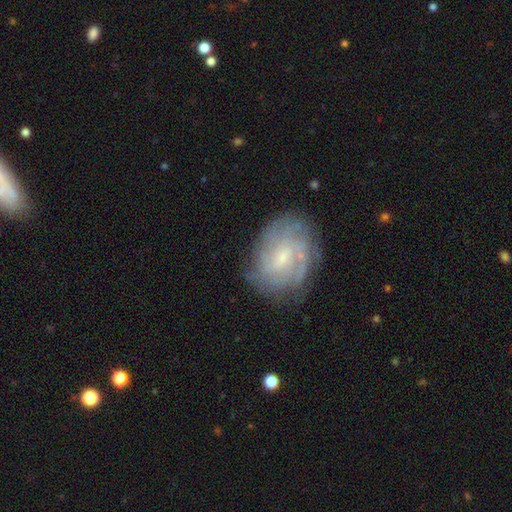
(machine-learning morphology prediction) type=featured or disk (67%); edge-on=no (96%); bar=no (47%); spiral arms=yes (90%); winding=tight (63%); arm count=can't tell (47%); bulge=small (50%); merging=none (78%).